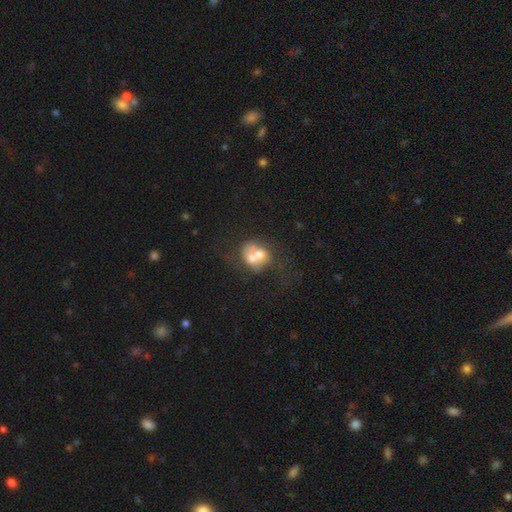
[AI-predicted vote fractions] A smooth galaxy with no disk features (52%) that is round (61%). Merging: merger (60%).